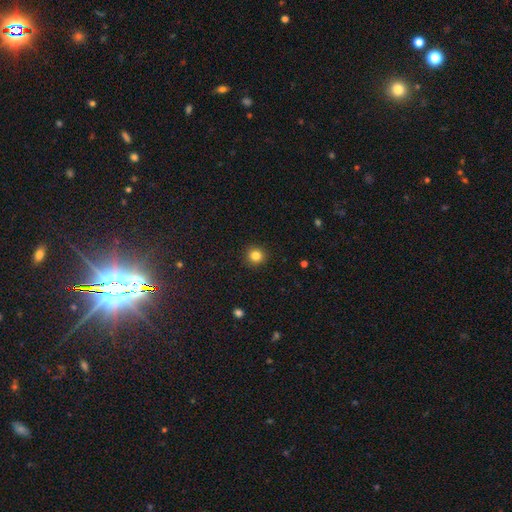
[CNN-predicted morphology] Smooth or featured? Predicted: smooth (p=0.84). How rounded? Predicted: round (p=0.93). Merging? Predicted: none (p=0.92).